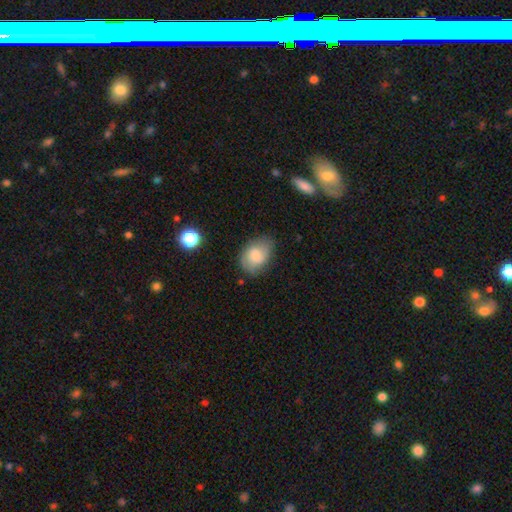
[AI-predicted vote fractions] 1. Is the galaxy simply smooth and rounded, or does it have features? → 70% smooth, 21% featured or disk, 8% star or artifact.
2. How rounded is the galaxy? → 75% in between, 24% round, 1% cigar-shaped.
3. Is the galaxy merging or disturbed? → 66% none, 25% minor disturbance, 7% major disturbance, 2% merger.